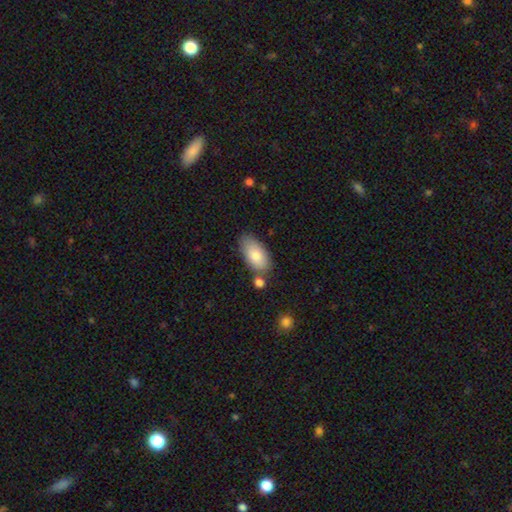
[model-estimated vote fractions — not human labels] Morphology: type=smooth (81%); roundness=in between (92%); merging=none (70%).